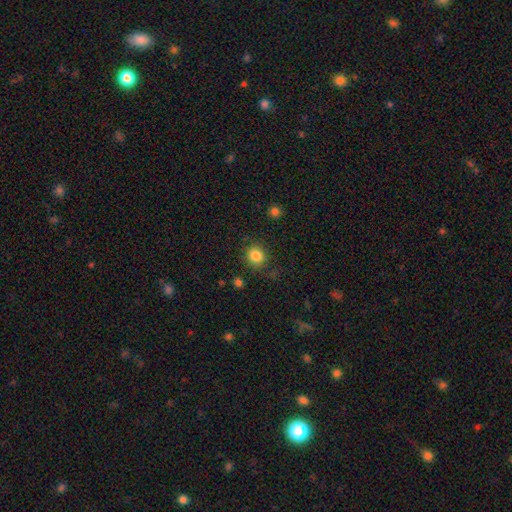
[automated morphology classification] A smooth galaxy with no disk features (83%) that is round (85%).

Vote fractions:
- Smooth or featured? smooth: 83% / star or artifact: 11% / featured or disk: 5%
- How rounded? round: 85% / in between: 14% / cigar-shaped: 1%
- Merging? none: 82% / minor disturbance: 11% / major disturbance: 5% / merger: 2%